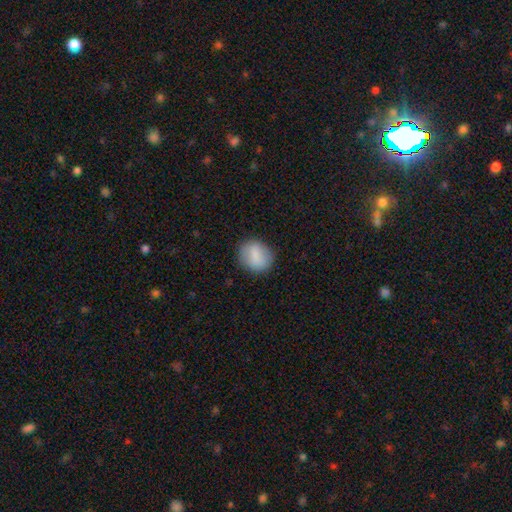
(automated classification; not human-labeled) Morphology: type=smooth (79%); roundness=round (65%); merging=none (80%).